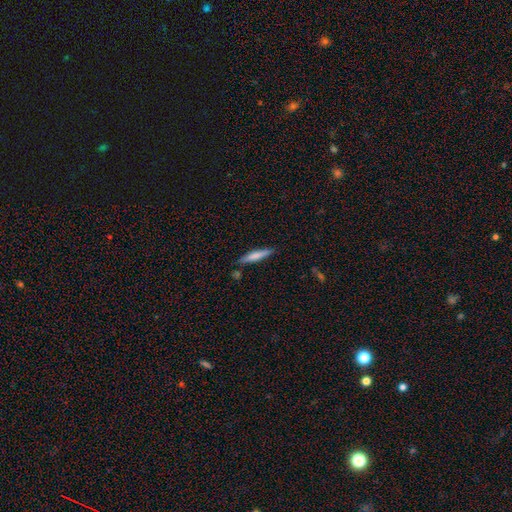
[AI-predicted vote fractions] Overall: smooth (68%). How rounded: cigar-shaped (90%). Merging: none (81%).